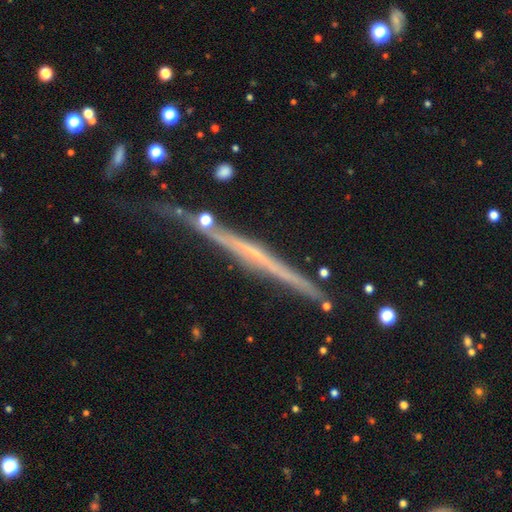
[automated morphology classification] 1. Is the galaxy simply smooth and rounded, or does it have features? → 71% featured or disk, 20% smooth, 9% star or artifact.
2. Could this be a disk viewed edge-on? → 97% yes, 3% no.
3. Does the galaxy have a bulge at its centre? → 77% none, 17% rounded, 6% boxy.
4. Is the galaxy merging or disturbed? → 72% none, 18% minor disturbance, 5% major disturbance, 5% merger.